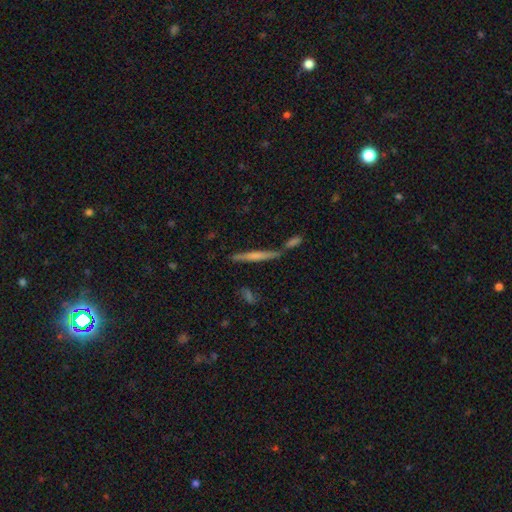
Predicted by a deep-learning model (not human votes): Overall: smooth (48%; featured or disk 44%). Merging: none (70%).